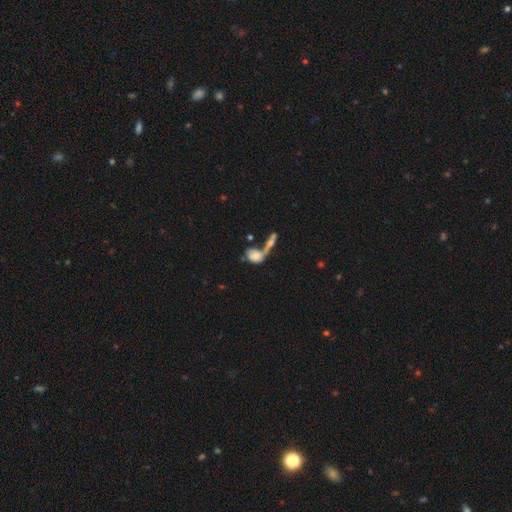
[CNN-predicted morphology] smooth-or-featured: smooth: 60% | featured or disk: 31% | star or artifact: 9%
  how-rounded: in between: 65% | round: 29% | cigar-shaped: 6%
  merging: merger: 58% | none: 22% | minor disturbance: 10% | major disturbance: 10%